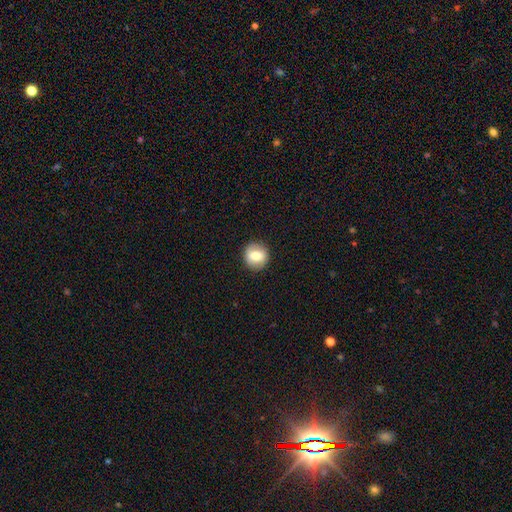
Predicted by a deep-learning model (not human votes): A smooth galaxy with no disk features (70%) that is round (89%).

Vote fractions:
- Smooth or featured? smooth: 70% / featured or disk: 22% / star or artifact: 8%
- How rounded? round: 89% / in between: 10% / cigar-shaped: 1%
- Merging? none: 88% / minor disturbance: 8% / major disturbance: 3% / merger: 1%